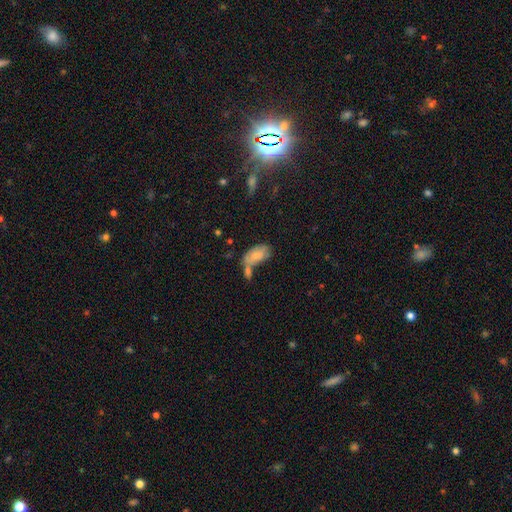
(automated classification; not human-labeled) Q: Smooth or featured?
A: smooth (76%); runner-up: featured or disk (16%)
Q: How rounded?
A: in between (93%); runner-up: round (4%)
Q: Merging?
A: merger (36%); runner-up: none (35%)